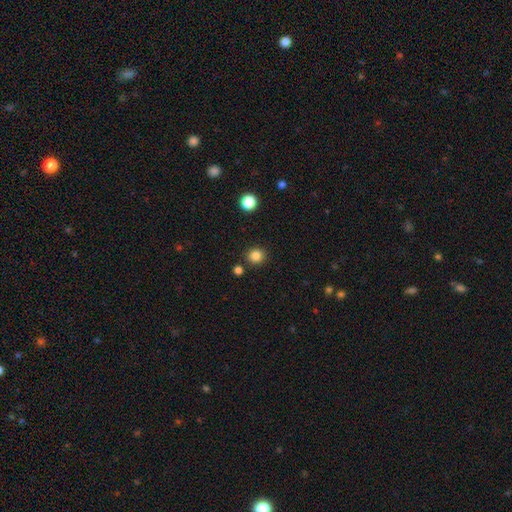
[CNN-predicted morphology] type=smooth (84%); roundness=round (89%); merging=none (88%).